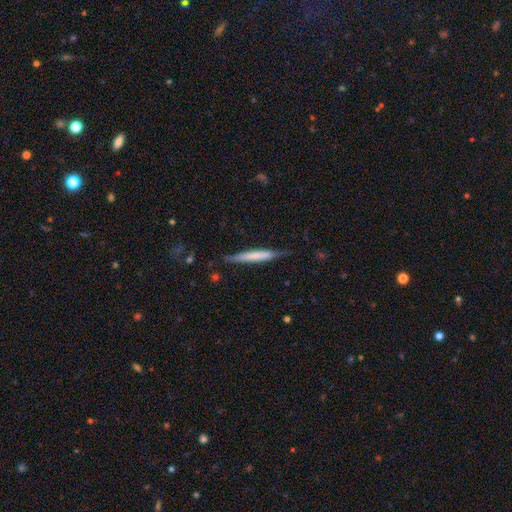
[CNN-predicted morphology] This is possibly a smooth galaxy (59%). How rounded: clearly cigar-shaped (95%). Merging: likely none (79%).